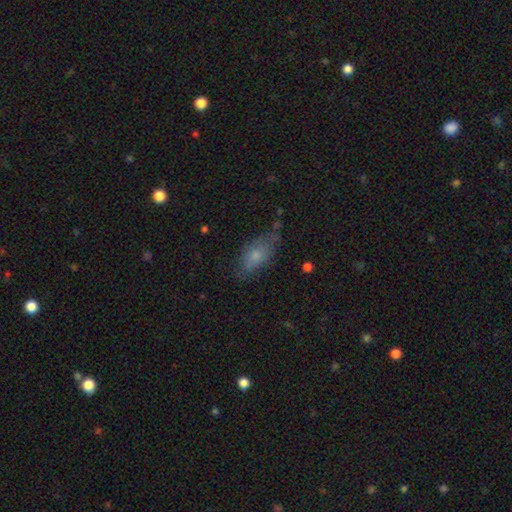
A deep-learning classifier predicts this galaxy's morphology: This appears to be a smooth galaxy with no disk features (71%) that is in between round and cigar-shaped (83%). Merging: none (60%).